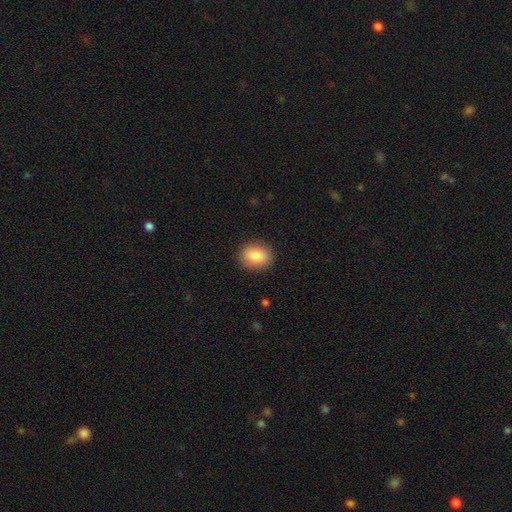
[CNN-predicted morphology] Smooth or featured?
  - smooth: 84% *
  - star or artifact: 8%
  - featured or disk: 8%
How rounded?
  - round: 51% *
  - in between: 48%
  - cigar-shaped: 1%
Merging?
  - none: 89% *
  - minor disturbance: 8%
  - major disturbance: 2%
  - merger: 1%